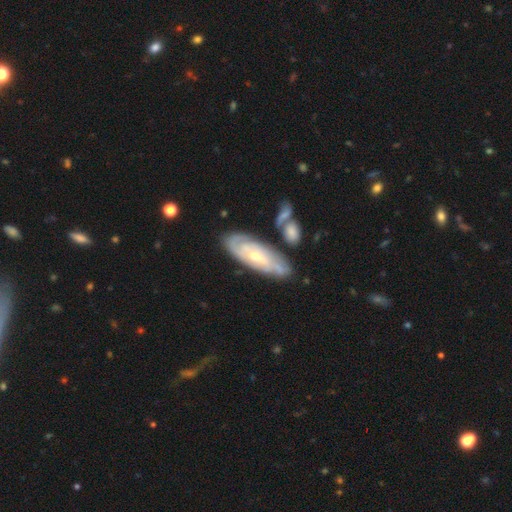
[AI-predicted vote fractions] featured or disk 78%, smooth 17%, star or artifact 5%. Down the decision tree: edge-on disk — no (87%); bar — no (47%); spiral arms — yes (89%); spiral arm count — can't tell (47%); spiral winding — tight (70%); bulge size — small (50%); merging — none (72%).